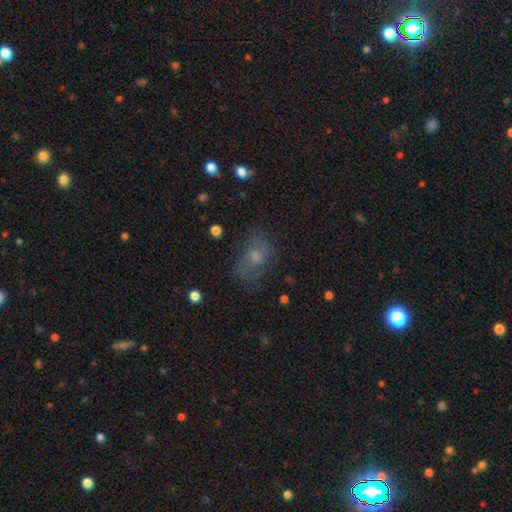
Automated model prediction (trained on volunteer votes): Smooth or featured?
  - smooth: 36% *
  - featured or disk: 33%
  - star or artifact: 31%
Merging?
  - none: 73% *
  - minor disturbance: 17%
  - major disturbance: 8%
  - merger: 2%